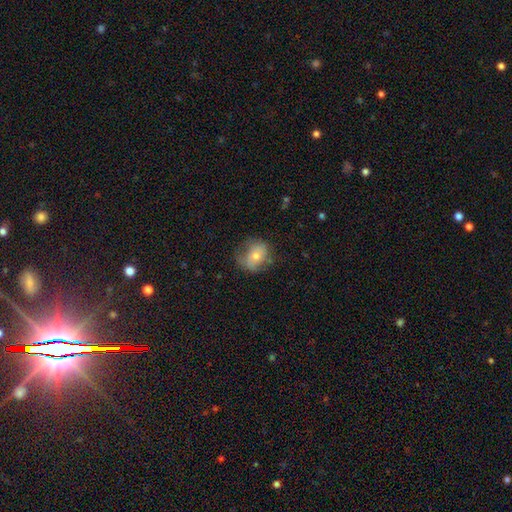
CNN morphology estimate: Overall: smooth (64%; featured or disk 27%). How rounded: in between (52%; round 47%). Merging: none (55%; minor disturbance 28%).